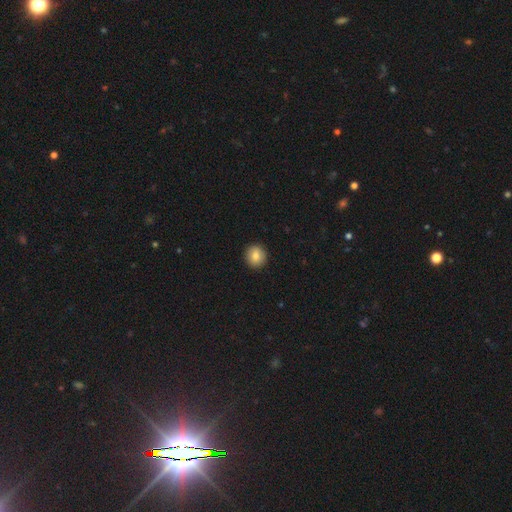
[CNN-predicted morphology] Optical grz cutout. It shows a smooth galaxy with no disk features (82%) that is round (92%). Merging: none (92%).